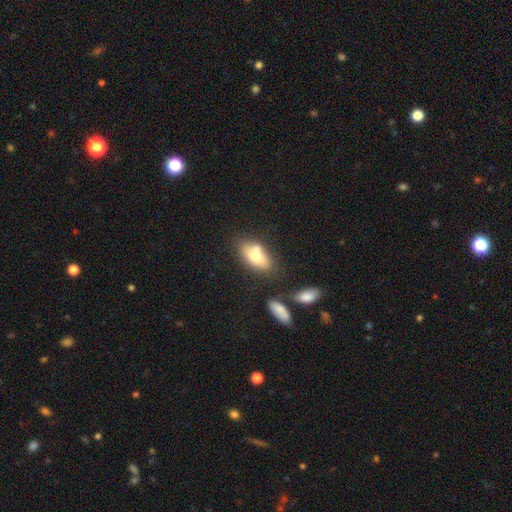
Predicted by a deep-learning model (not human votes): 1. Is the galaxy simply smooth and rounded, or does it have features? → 70% smooth, 22% featured or disk, 8% star or artifact.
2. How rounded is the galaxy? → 86% in between, 8% cigar-shaped, 6% round.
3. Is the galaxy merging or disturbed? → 54% none, 23% merger, 18% minor disturbance, 6% major disturbance.